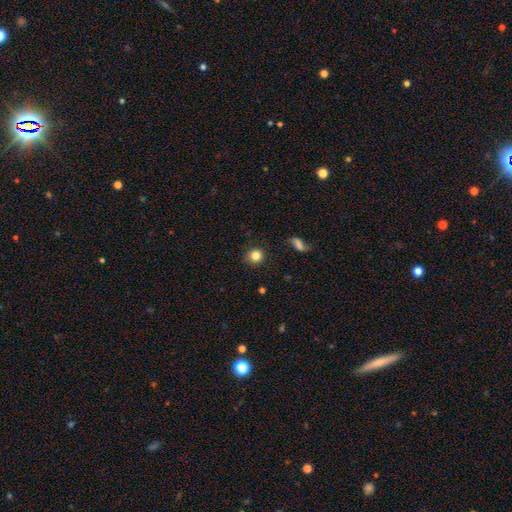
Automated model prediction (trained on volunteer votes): Overall: smooth (83%). How rounded: round (91%). Merging: none (88%).